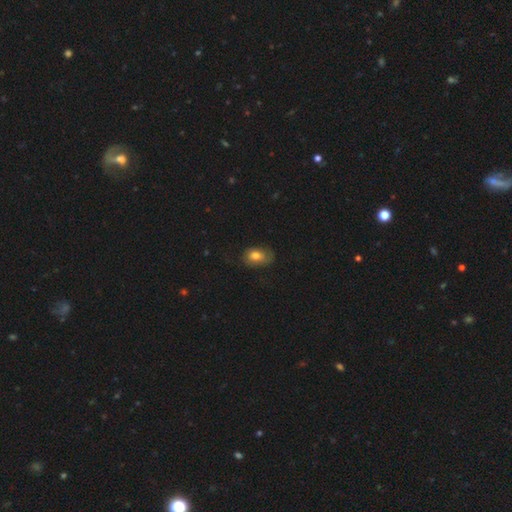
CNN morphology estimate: smooth 75%, featured or disk 16%, star or artifact 9%. Down the decision tree: how rounded — in between (79%); merging — none (62%).